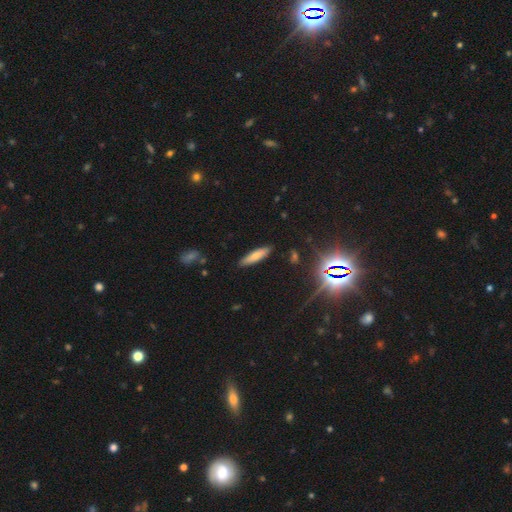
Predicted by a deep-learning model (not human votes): Smooth or featured: smooth — 74% (featured or disk — 16%)
How rounded: cigar-shaped — 72% (in between — 27%)
Merging: none — 88% (minor disturbance — 8%)